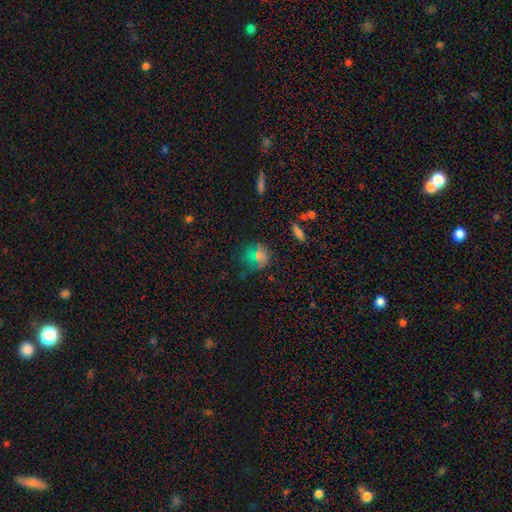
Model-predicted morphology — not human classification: A smooth galaxy with no disk features (58%) that is round (76%).

Vote fractions:
- Smooth or featured? smooth: 58% / star or artifact: 29% / featured or disk: 13%
- How rounded? round: 76% / in between: 22% / cigar-shaped: 2%
- Merging? none: 66% / minor disturbance: 20% / major disturbance: 10% / merger: 4%